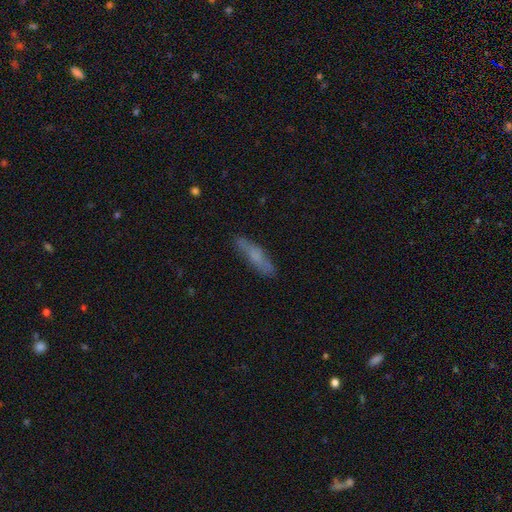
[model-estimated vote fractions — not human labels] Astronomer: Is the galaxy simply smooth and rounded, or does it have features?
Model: smooth — 59%.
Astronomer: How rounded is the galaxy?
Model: cigar-shaped — 76%.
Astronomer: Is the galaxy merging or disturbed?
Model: none — 80%.